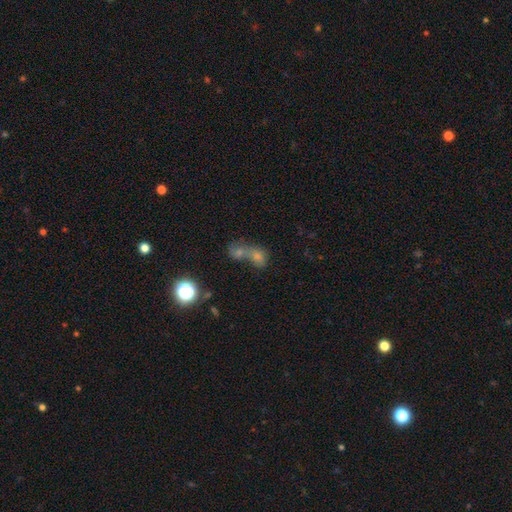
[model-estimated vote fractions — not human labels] Morphology: type=smooth (65%); roundness=in between (57%); merging=merger (74%).